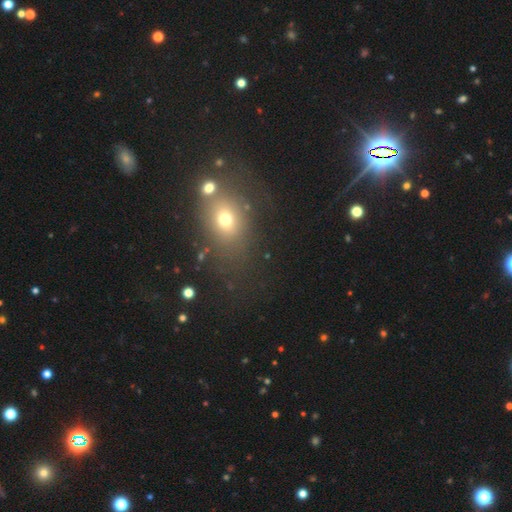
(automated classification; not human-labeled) This appears to be a smooth galaxy with no disk features (48%). Merging: none (74%).